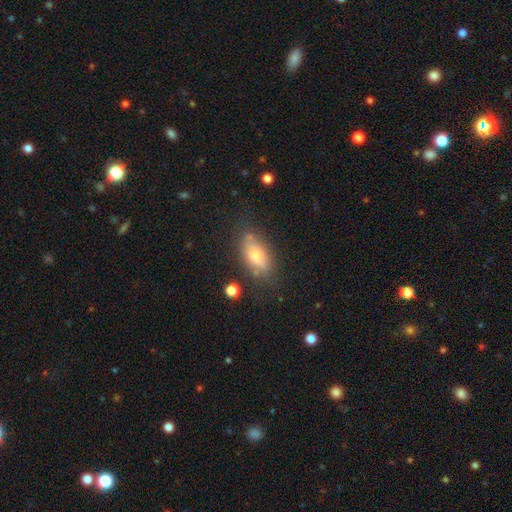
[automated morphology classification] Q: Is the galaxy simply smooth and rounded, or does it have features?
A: smooth — 67%.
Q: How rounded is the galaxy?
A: in between — 81%.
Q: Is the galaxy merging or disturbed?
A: none — 72%.